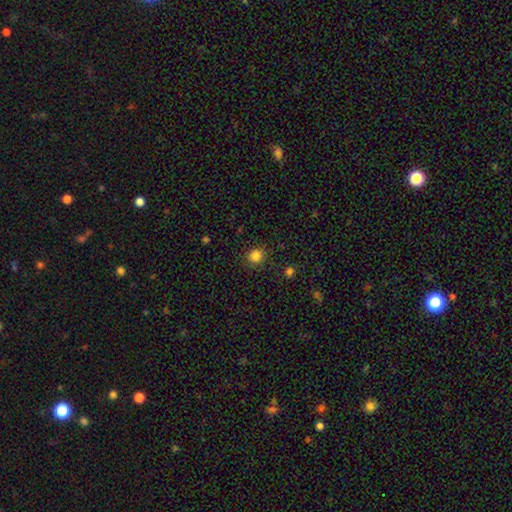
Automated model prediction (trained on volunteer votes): A smooth galaxy with no disk features (83%) that is round (86%). Merging: none (86%).